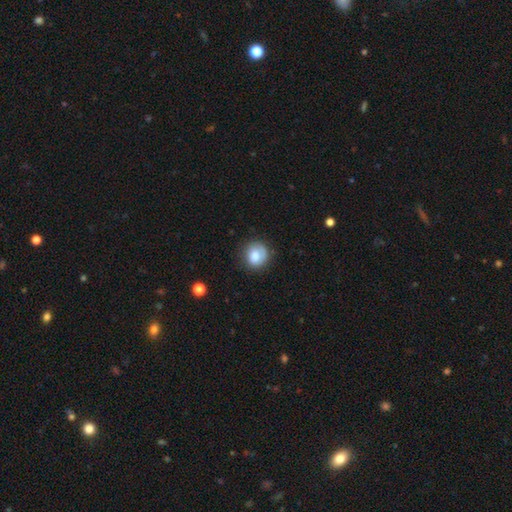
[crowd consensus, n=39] A smooth galaxy with no disk features (74%) that is round (86%). Merging: none (73%).